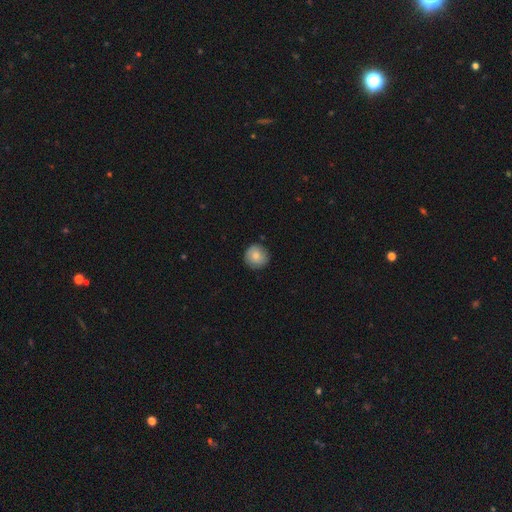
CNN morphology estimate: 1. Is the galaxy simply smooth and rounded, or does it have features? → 80% smooth, 13% featured or disk, 7% star or artifact.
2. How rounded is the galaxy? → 93% round, 6% in between, 1% cigar-shaped.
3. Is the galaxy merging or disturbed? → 85% none, 12% minor disturbance, 2% major disturbance, 1% merger.